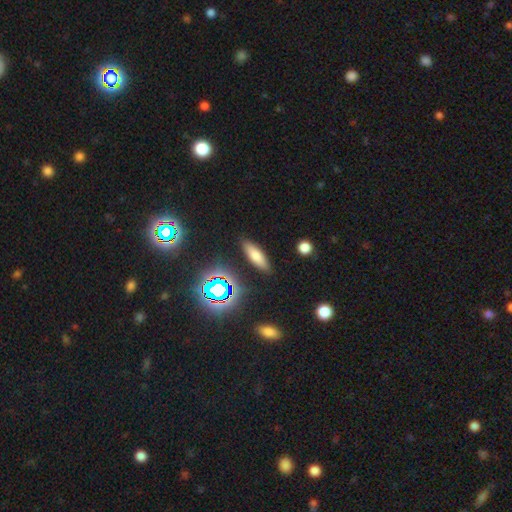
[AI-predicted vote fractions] The model was most divided on "how rounded": in between: 49%, cigar-shaped: 47%, round: 4%. More confident: merging — none (88%); smooth or featured — smooth (66%).